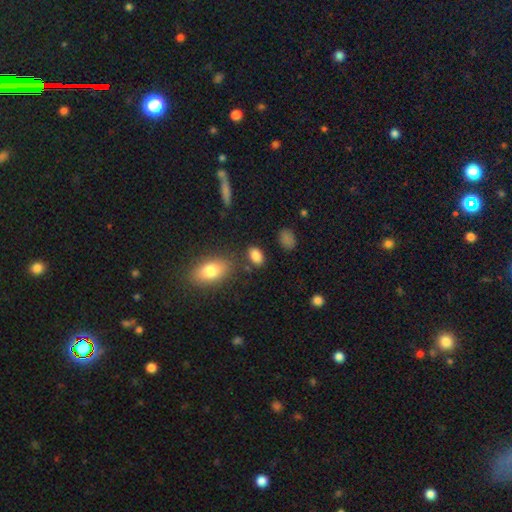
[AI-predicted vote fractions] smooth 86%, star or artifact 9%, featured or disk 5%. Down the decision tree: how rounded — in between (89%); merging — none (79%).